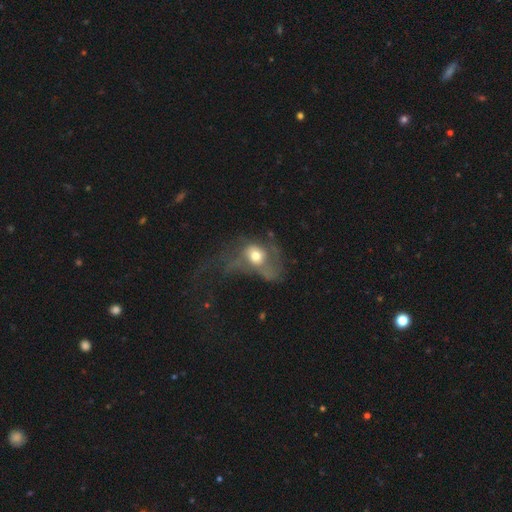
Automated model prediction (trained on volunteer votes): Smooth or featured? Predicted: smooth (p=0.51). How rounded? Predicted: in between (p=0.56). Merging? Predicted: major disturbance (p=0.64).